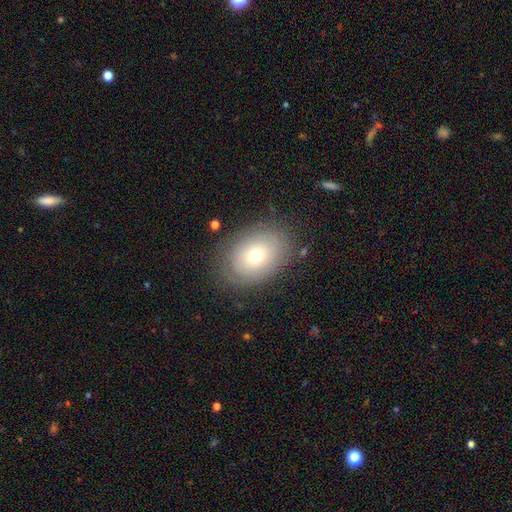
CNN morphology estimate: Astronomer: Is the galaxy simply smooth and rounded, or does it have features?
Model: smooth — 65%.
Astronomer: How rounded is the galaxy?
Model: in between — 72%.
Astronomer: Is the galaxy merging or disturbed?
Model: none — 81%.